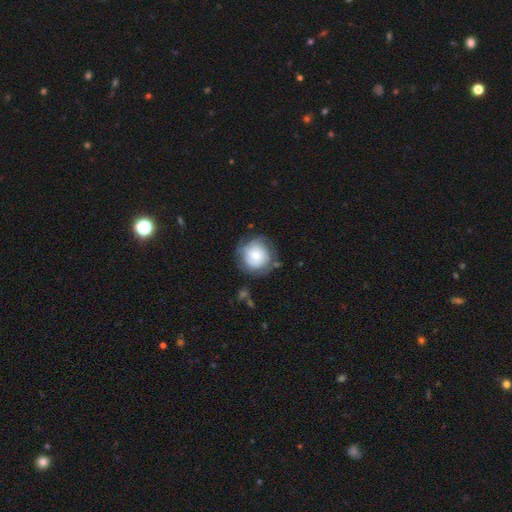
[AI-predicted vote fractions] This appears to be a smooth galaxy with no disk features (56%) that is round (91%). Merging: none (68%).